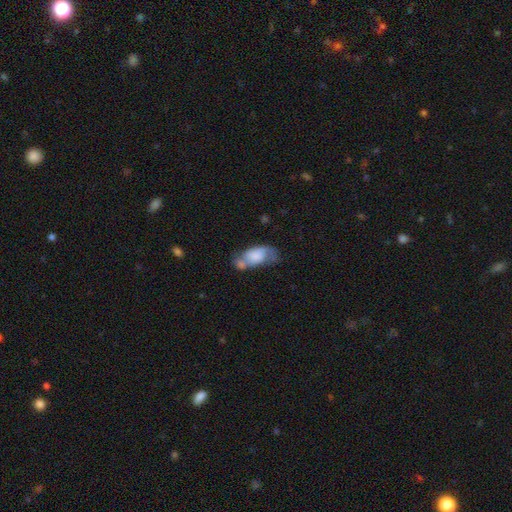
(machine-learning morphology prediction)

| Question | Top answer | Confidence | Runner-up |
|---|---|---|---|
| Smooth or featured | smooth | 55% | featured or disk (38%) |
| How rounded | in between | 89% | round (6%) |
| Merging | merger | 32% | none (28%) |